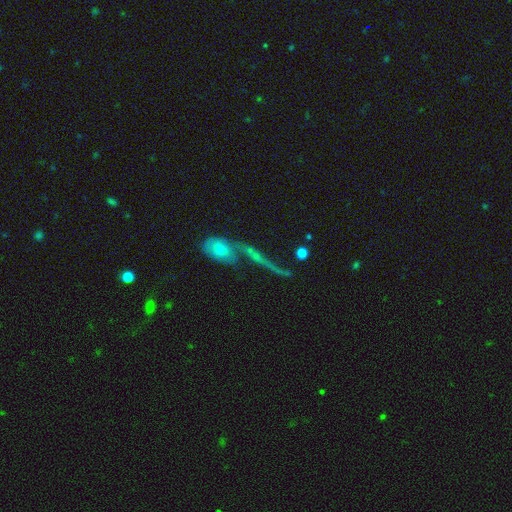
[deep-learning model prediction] Overall: featured or disk (54%; smooth 30%). Edge-on disk: no (58%; yes 42%). Merging: merger (50%; none 26%).